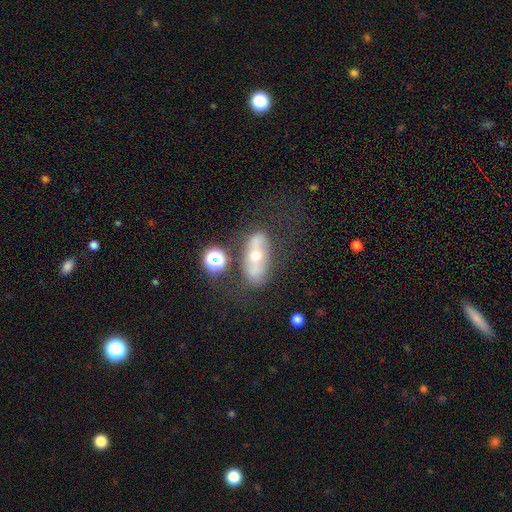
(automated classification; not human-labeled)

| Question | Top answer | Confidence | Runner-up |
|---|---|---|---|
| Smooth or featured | featured or disk | 55% | smooth (35%) |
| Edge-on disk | no | 80% | yes (20%) |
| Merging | none | 63% | minor disturbance (17%) |